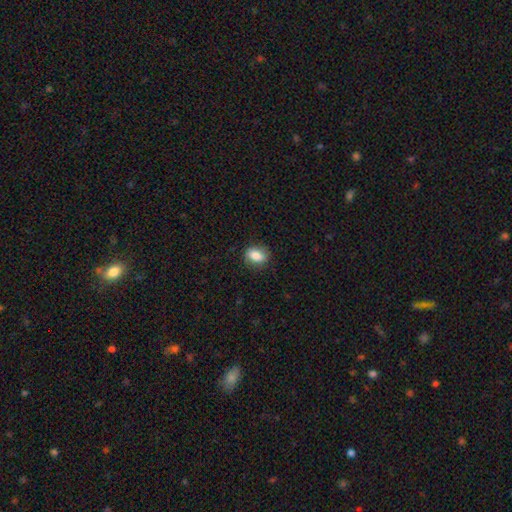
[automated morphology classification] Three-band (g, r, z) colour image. It shows a smooth galaxy with no disk features (82%) that is in between round and cigar-shaped (71%). Merging: none (82%).